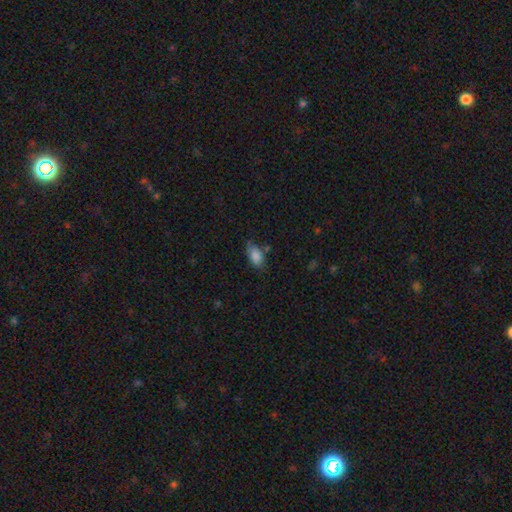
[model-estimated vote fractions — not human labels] Overall: smooth (86%). How rounded: in between (90%). Merging: none (60%; minor disturbance 29%).